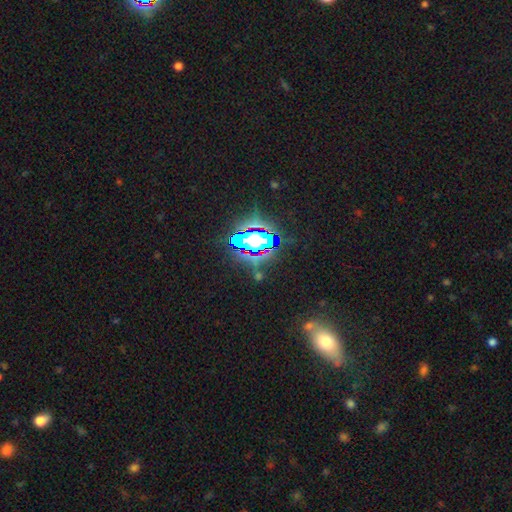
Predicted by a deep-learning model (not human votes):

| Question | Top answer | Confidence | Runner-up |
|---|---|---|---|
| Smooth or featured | star or artifact | 76% | smooth (13%) |